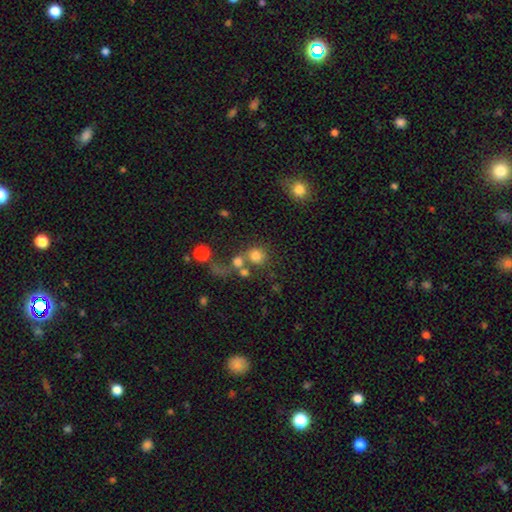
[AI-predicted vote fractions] Smooth or featured?
  - smooth: 74% *
  - star or artifact: 15%
  - featured or disk: 11%
How rounded?
  - round: 87% *
  - in between: 12%
  - cigar-shaped: 1%
Merging?
  - none: 52% *
  - merger: 30%
  - minor disturbance: 9%
  - major disturbance: 9%